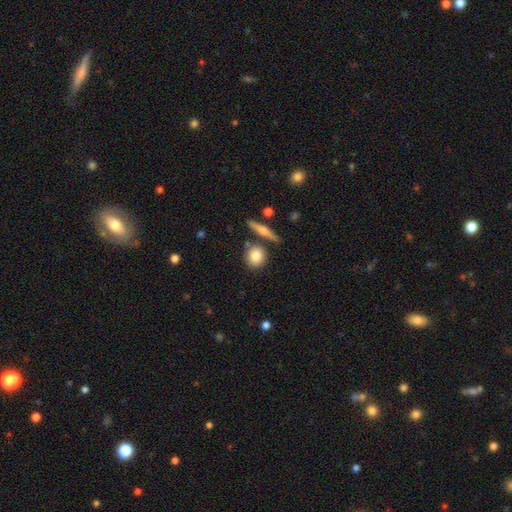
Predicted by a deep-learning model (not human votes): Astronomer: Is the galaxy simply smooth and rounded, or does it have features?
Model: smooth — 81%.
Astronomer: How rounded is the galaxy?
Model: round — 79%.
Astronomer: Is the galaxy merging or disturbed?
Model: none — 77%.